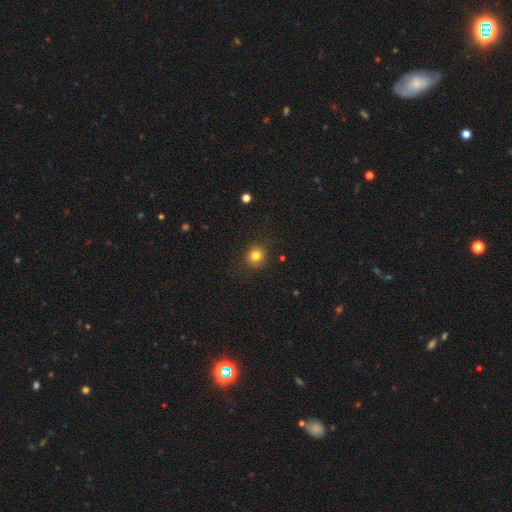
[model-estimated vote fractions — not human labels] smooth 80%, star or artifact 13%, featured or disk 6%. Down the decision tree: how rounded — round (89%); merging — none (87%).